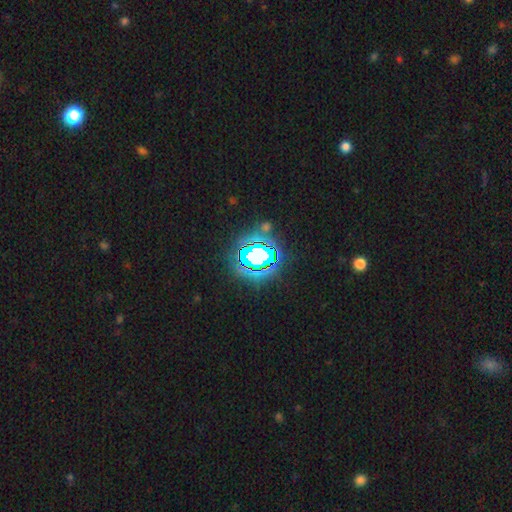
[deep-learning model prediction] Morphology: type=star or artifact (69%).